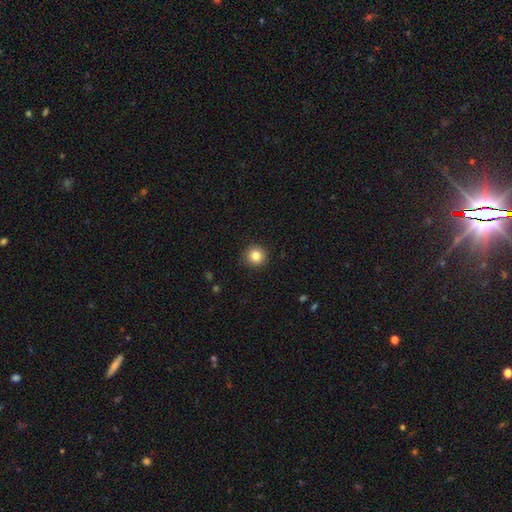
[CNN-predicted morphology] smooth 83%, star or artifact 11%, featured or disk 6%. Down the decision tree: how rounded — round (95%); merging — none (92%).